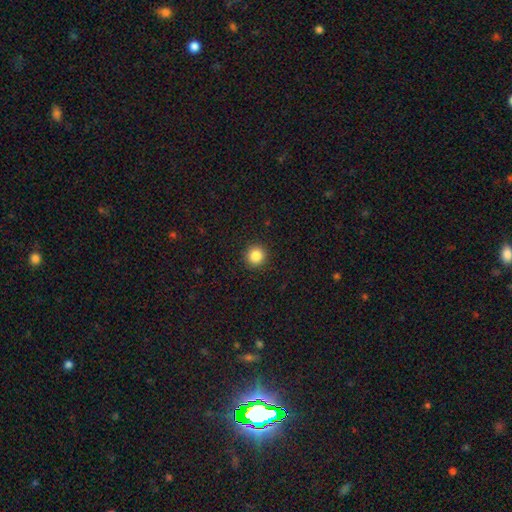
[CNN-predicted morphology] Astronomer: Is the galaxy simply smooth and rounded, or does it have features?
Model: smooth — 85%.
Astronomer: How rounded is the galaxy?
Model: round — 94%.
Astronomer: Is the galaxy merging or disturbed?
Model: none — 92%.